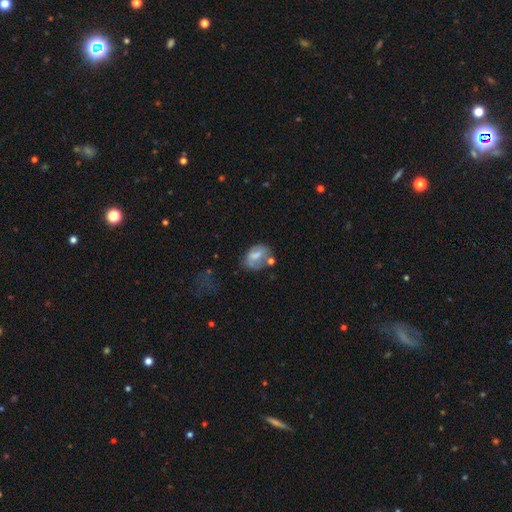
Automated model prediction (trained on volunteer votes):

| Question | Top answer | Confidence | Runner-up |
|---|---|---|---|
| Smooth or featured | smooth | 60% | featured or disk (30%) |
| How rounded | in between | 77% | round (21%) |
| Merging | none | 44% | minor disturbance (26%) |